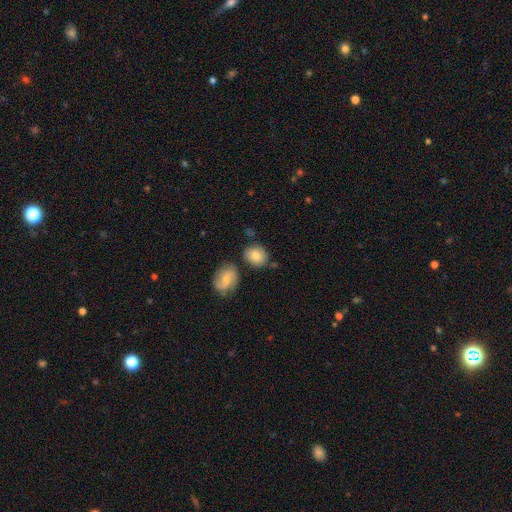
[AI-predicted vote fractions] Smooth or featured: smooth — 76% (featured or disk — 16%)
How rounded: round — 69% (in between — 30%)
Merging: none — 75% (minor disturbance — 13%)